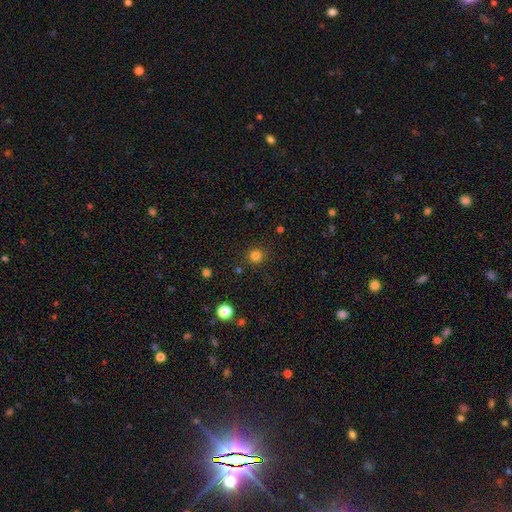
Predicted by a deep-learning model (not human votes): smooth 81%, star or artifact 15%, featured or disk 4%. Down the decision tree: how rounded — round (92%); merging — none (88%).